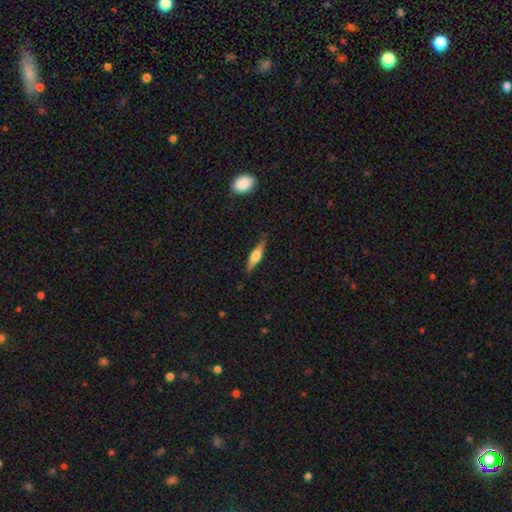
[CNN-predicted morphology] Smooth or featured?
  - featured or disk: 60% *
  - smooth: 34%
  - star or artifact: 6%
Edge-on disk?
  - yes: 96% *
  - no: 4%
Edge-on bulge?
  - rounded: 91% *
  - boxy: 7%
  - none: 2%
Merging?
  - none: 85% *
  - minor disturbance: 12%
  - major disturbance: 2%
  - merger: 1%